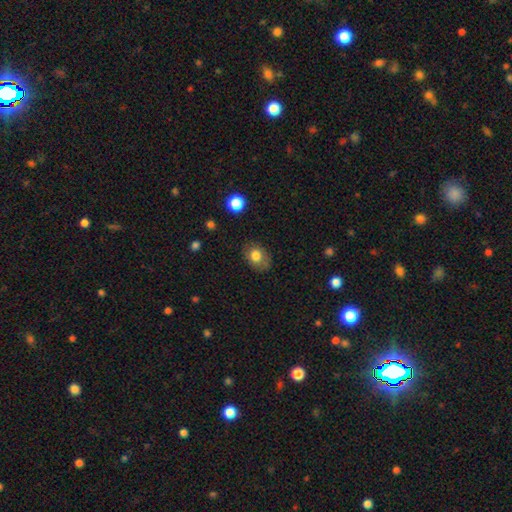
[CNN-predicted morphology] smooth 76%, featured or disk 15%, star or artifact 9%. Down the decision tree: how rounded — in between (63%); merging — none (74%).